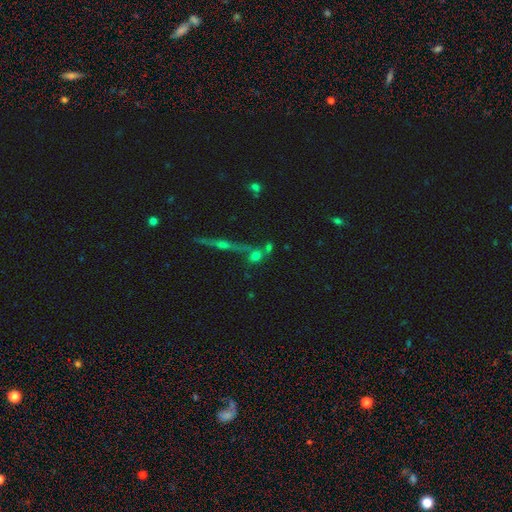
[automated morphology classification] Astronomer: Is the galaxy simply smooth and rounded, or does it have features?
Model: smooth — 57%.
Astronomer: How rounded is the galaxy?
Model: round — 65%.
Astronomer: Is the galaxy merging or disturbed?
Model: none — 55%.